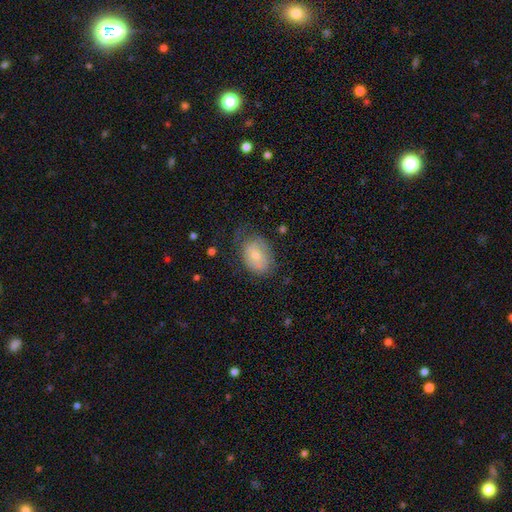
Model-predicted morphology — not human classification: A smooth galaxy with no disk features (65%) that is in between round and cigar-shaped (80%). Merging: none (52%).